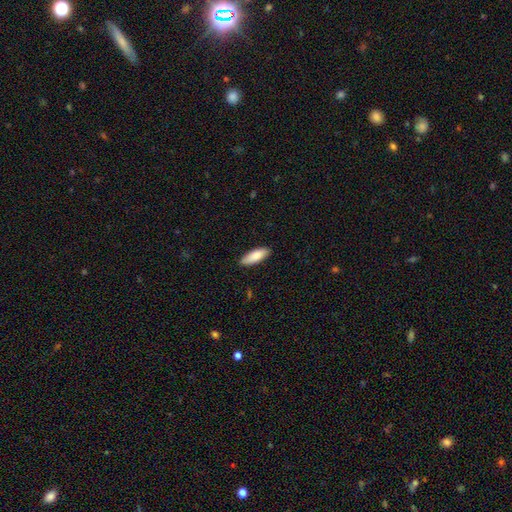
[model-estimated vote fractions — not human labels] smooth 84%, featured or disk 10%, star or artifact 6%. Down the decision tree: how rounded — in between (65%); merging — none (88%).